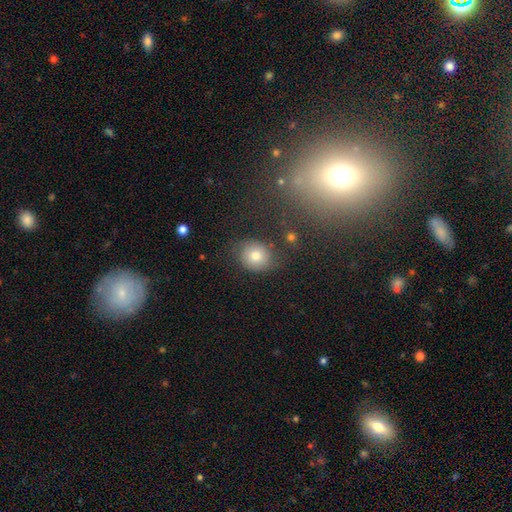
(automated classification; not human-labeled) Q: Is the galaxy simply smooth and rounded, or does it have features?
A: smooth — 77%.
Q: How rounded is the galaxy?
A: round — 77%.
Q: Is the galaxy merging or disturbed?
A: none — 80%.